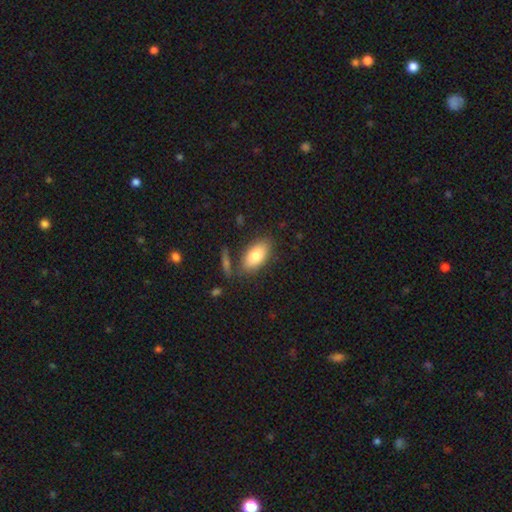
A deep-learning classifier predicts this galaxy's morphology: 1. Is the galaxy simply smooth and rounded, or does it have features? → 81% smooth, 12% featured or disk, 6% star or artifact.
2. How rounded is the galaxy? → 92% in between, 5% cigar-shaped, 3% round.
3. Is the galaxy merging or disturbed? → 76% none, 14% minor disturbance, 6% merger, 4% major disturbance.